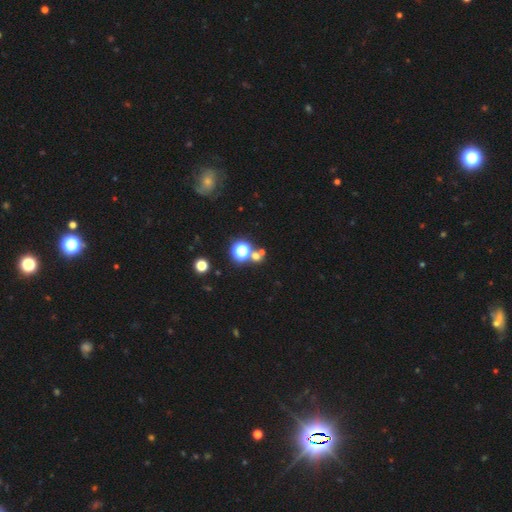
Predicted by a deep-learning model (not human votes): Morphology: type=smooth (50%); roundness=round (84%); merging=none (64%).